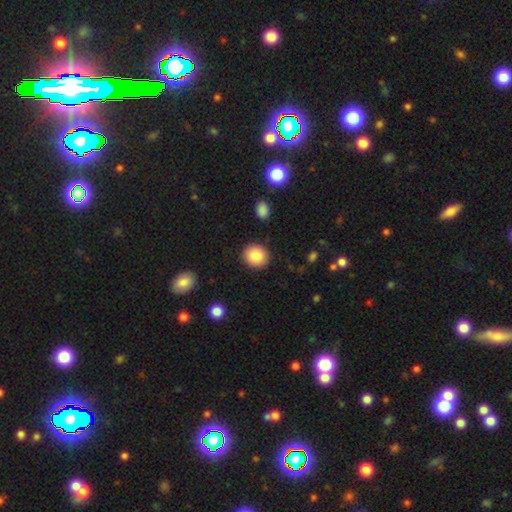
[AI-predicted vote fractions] smooth_or_featured: smooth (p=0.85) [alt: star or artifact p=0.09]
how_rounded: round (p=0.85) [alt: in between p=0.15]
merging: none (p=0.90) [alt: minor disturbance p=0.07]